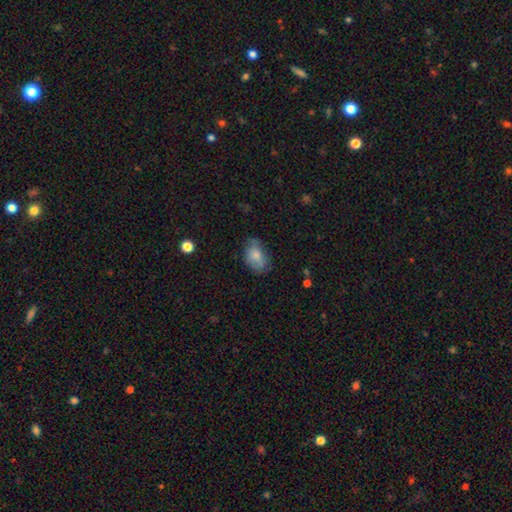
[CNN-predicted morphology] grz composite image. It shows a smooth galaxy with no disk features (78%) that is in between round and cigar-shaped (84%). Merging: none (57%).